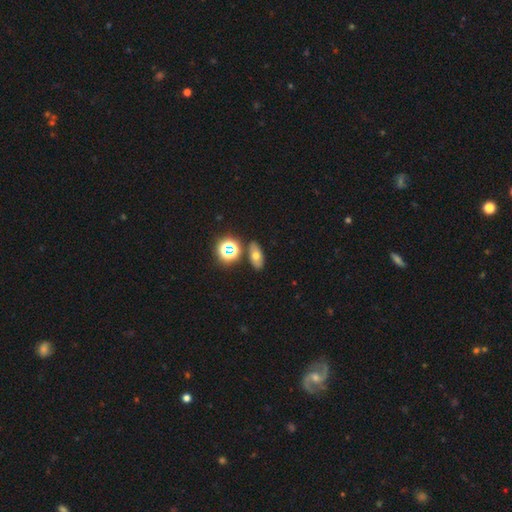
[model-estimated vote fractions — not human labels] Overall: smooth (57%; featured or disk 22%). How rounded: in between (77%). Merging: none (81%).